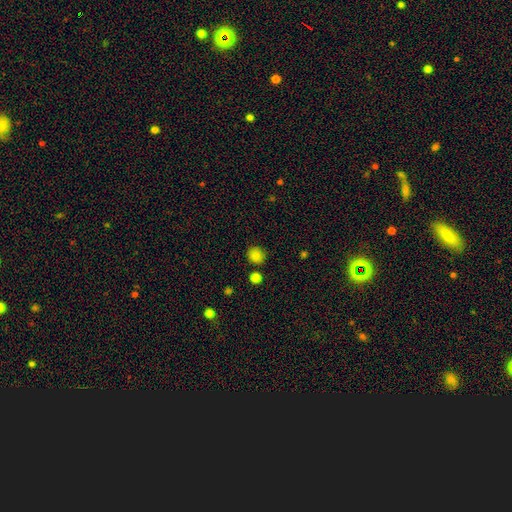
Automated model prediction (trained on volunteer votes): This appears to be a smooth galaxy with no disk features (84%) that is round (86%). Merging: none (84%).